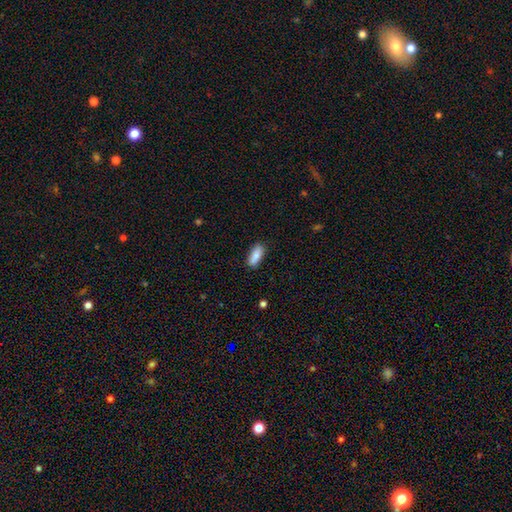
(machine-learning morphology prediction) Overall: smooth (85%). How rounded: in between (65%; cigar-shaped 33%). Merging: none (82%).